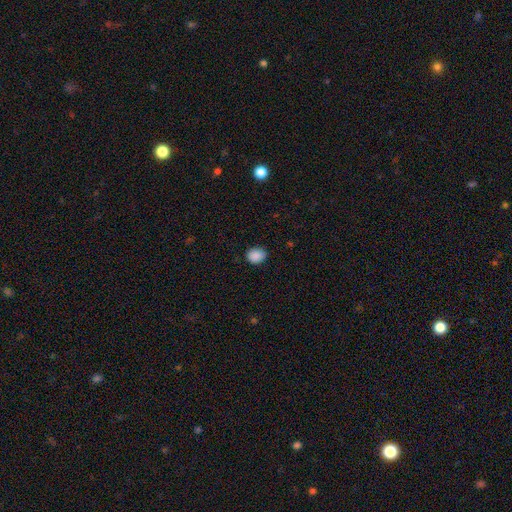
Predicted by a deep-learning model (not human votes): The model was most divided on "how rounded": round: 58%, in between: 41%, cigar-shaped: 1%. More confident: smooth or featured — smooth (88%); merging — none (80%).